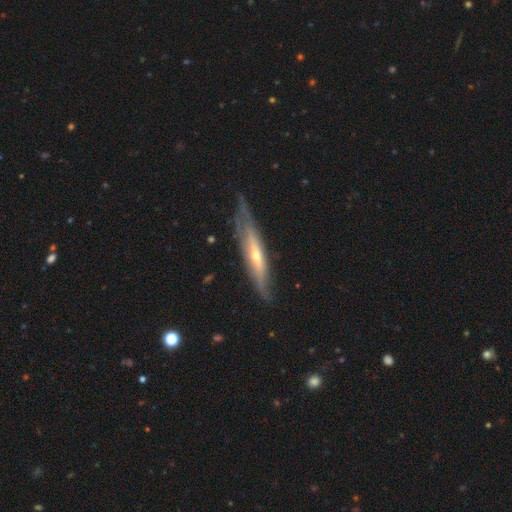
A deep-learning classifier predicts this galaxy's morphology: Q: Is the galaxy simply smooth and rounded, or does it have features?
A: featured or disk — 71%.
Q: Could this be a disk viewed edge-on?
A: yes — 66%.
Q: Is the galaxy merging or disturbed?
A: none — 64%.